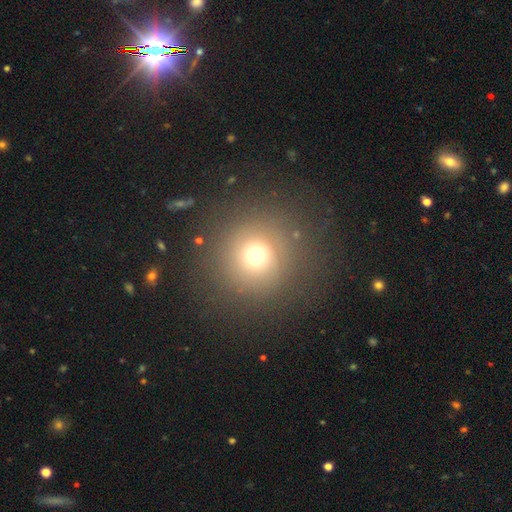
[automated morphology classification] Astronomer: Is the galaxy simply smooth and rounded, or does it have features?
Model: smooth — 68%.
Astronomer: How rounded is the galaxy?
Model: round — 94%.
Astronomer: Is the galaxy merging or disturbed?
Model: none — 82%.